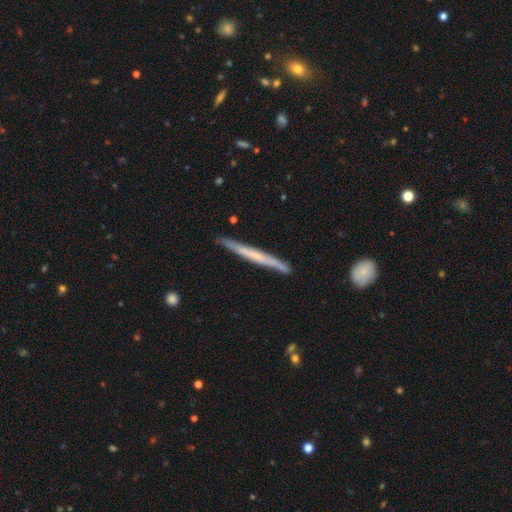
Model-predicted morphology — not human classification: This is possibly a featured or disk galaxy (55%). It is clearly viewed edge-on (96%). Edge-on bulge: likely none (75%). Merging: clearly none (87%).